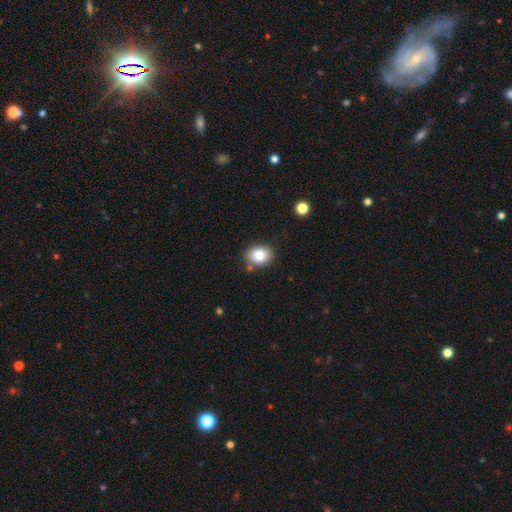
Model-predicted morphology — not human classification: A smooth galaxy with no disk features (80%) that is in between round and cigar-shaped (57%).

Vote fractions:
- Smooth or featured? smooth: 80% / featured or disk: 10% / star or artifact: 9%
- How rounded? in between: 57% / round: 42% / cigar-shaped: 1%
- Merging? none: 82% / minor disturbance: 11% / merger: 5% / major disturbance: 3%